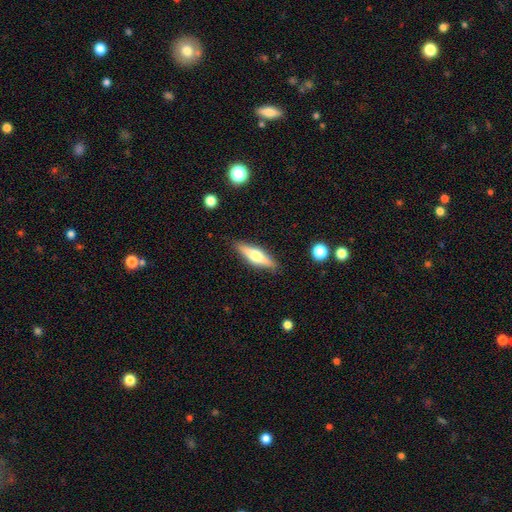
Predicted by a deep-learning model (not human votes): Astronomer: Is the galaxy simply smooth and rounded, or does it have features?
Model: featured or disk — 49% (runner-up: smooth, 45%).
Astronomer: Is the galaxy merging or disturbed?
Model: none — 87%.